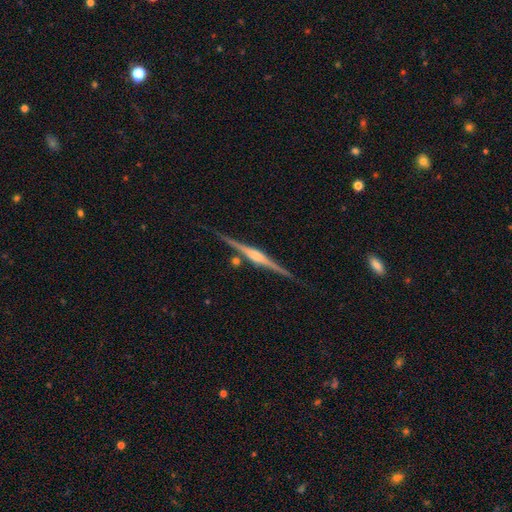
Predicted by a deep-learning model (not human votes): Morphology: type=featured or disk (86%); edge-on=yes (98%); edge-on bulge=rounded (73%); merging=none (87%).